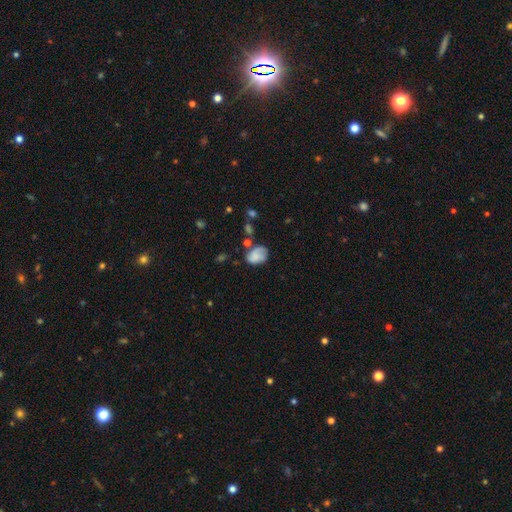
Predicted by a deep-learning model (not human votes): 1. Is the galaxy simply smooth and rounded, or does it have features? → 65% smooth, 26% featured or disk, 9% star or artifact.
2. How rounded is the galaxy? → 72% in between, 27% round, 1% cigar-shaped.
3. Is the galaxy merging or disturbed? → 48% none, 30% minor disturbance, 14% major disturbance, 8% merger.